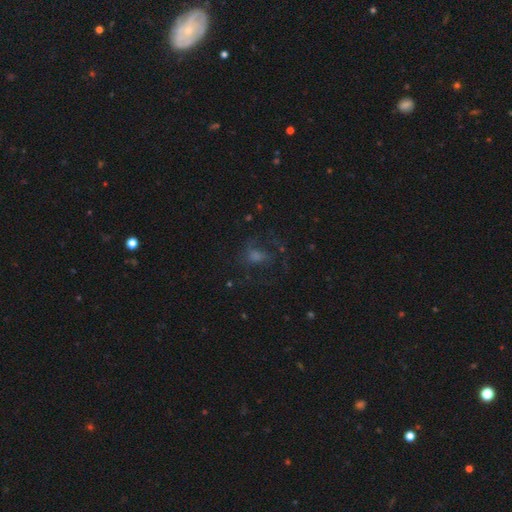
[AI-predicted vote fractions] A featured or disk galaxy (44%). Merging: none (57%).